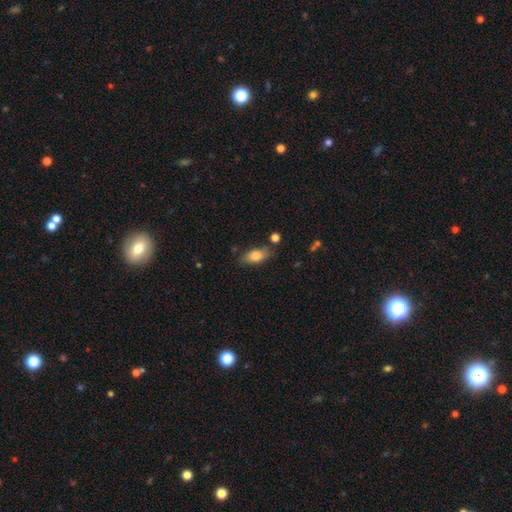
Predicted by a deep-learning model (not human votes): This is likely a smooth galaxy (80%). How rounded: clearly in between (86%). Merging: likely none (76%).